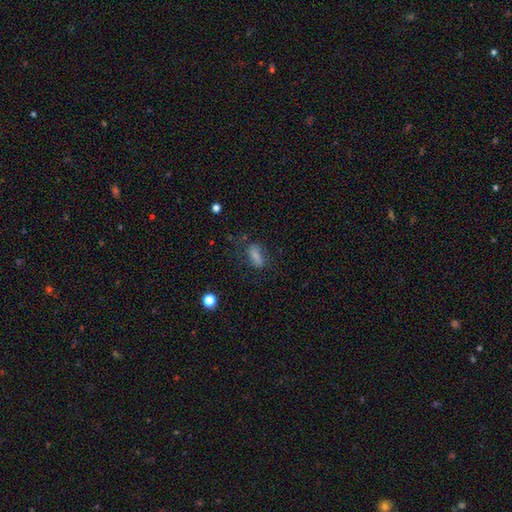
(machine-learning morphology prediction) The model was most divided on "merging": none: 62%, minor disturbance: 22%, major disturbance: 12%, merger: 4%. More confident: smooth or featured — smooth (73%); how rounded — in between (71%).